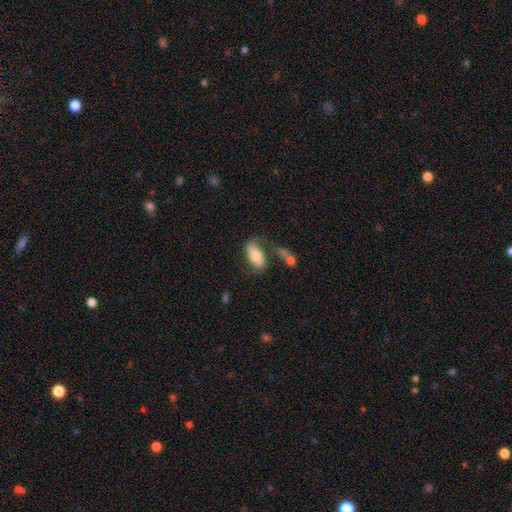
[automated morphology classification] Smooth or featured? Predicted: smooth (p=0.62). How rounded? Predicted: in between (p=0.88). Merging? Predicted: none (p=0.51).